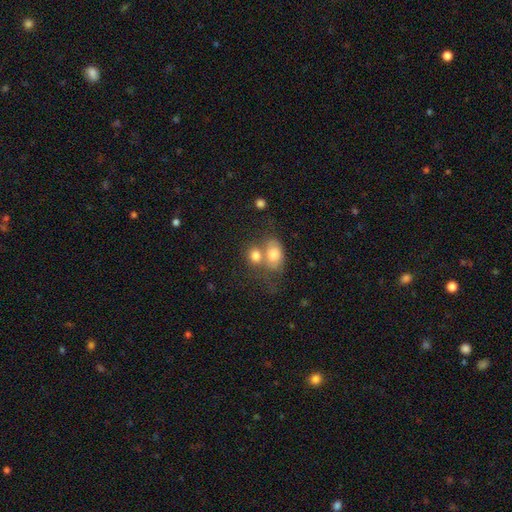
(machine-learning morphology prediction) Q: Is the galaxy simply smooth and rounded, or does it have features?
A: smooth — 77%.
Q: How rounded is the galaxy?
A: round — 49%, tied with in between.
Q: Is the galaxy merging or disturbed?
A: merger — 54%.